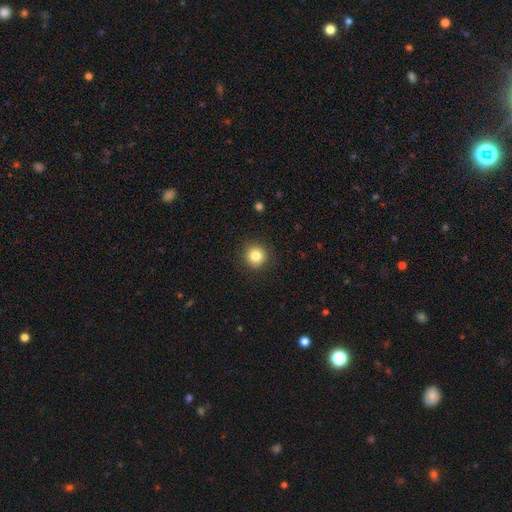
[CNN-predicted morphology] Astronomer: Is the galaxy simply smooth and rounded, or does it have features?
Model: smooth — 83%.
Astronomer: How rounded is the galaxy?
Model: round — 94%.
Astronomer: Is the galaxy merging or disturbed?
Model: none — 91%.